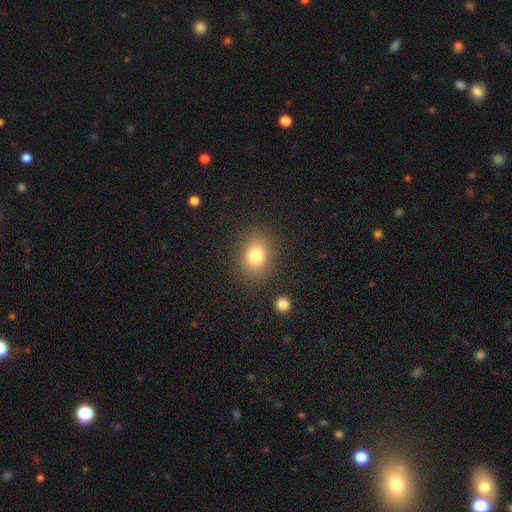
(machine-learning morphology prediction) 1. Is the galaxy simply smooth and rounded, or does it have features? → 81% smooth, 10% star or artifact, 9% featured or disk.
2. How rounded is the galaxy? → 63% in between, 36% round, 1% cigar-shaped.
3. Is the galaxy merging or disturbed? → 84% none, 10% minor disturbance, 4% major disturbance, 2% merger.